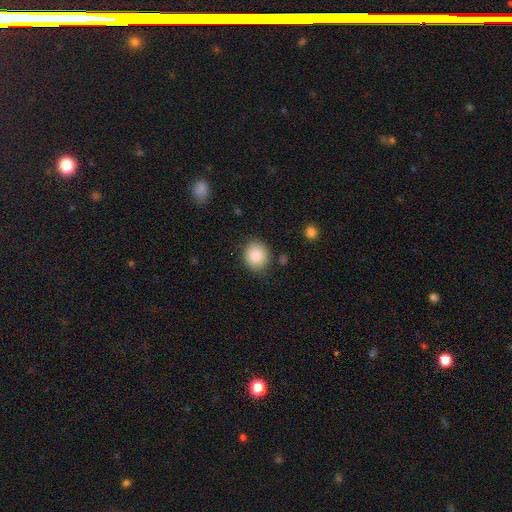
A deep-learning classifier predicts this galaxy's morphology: Smooth or featured? Predicted: smooth (p=0.82). How rounded? Predicted: round (p=0.81). Merging? Predicted: none (p=0.86).